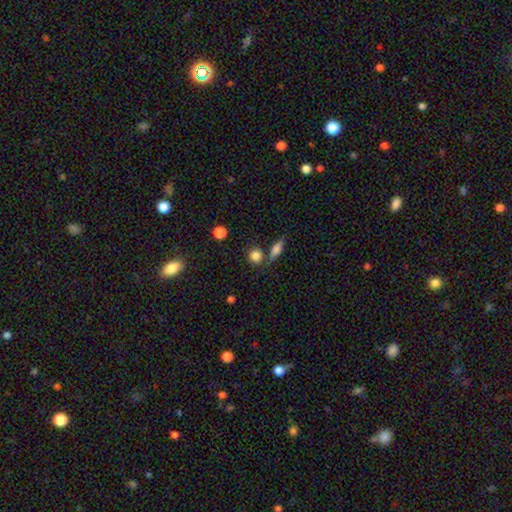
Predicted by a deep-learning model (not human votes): The model was most divided on "merging": none: 69%, merger: 17%, minor disturbance: 11%, major disturbance: 4%. More confident: smooth or featured — smooth (83%); how rounded — round (80%).